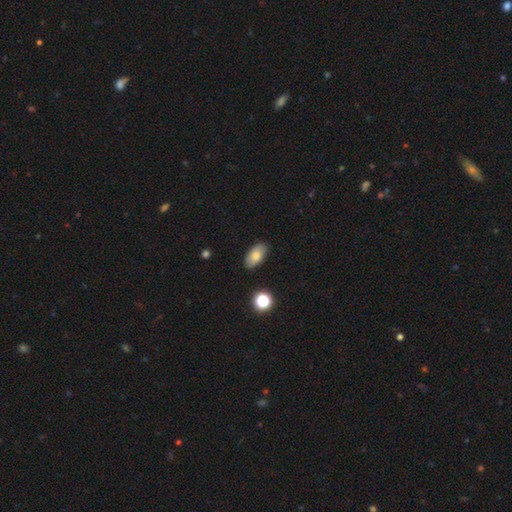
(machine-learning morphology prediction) Smooth or featured?
  - smooth: 78% *
  - featured or disk: 14%
  - star or artifact: 8%
How rounded?
  - in between: 93% *
  - round: 4%
  - cigar-shaped: 2%
Merging?
  - none: 86% *
  - minor disturbance: 11%
  - major disturbance: 2%
  - merger: 2%